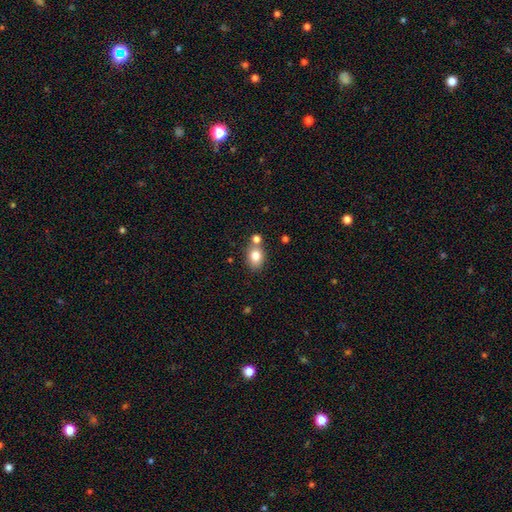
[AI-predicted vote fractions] The model was most divided on "how rounded": in between: 63%, round: 35%, cigar-shaped: 1%. More confident: smooth or featured — smooth (80%); merging — none (65%).